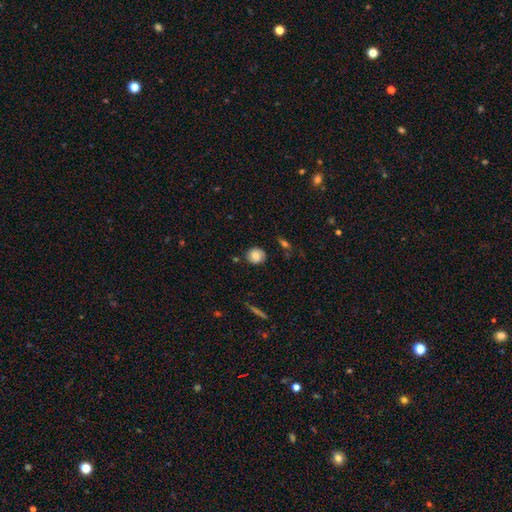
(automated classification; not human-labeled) Q: Smooth or featured?
A: smooth (78%); runner-up: featured or disk (14%)
Q: How rounded?
A: round (83%); runner-up: in between (16%)
Q: Merging?
A: none (78%); runner-up: minor disturbance (16%)